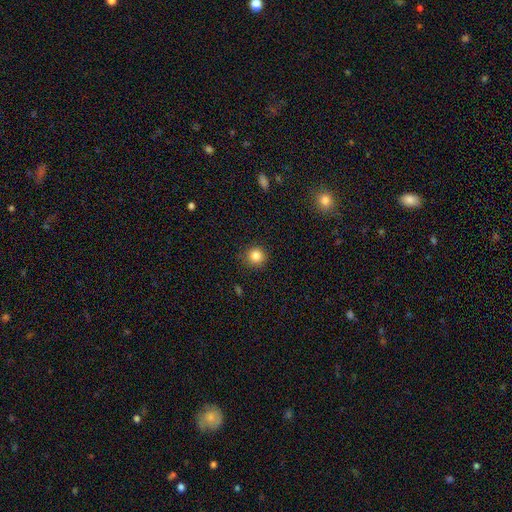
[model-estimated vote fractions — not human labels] Overall: smooth (84%). How rounded: round (92%). Merging: none (89%).